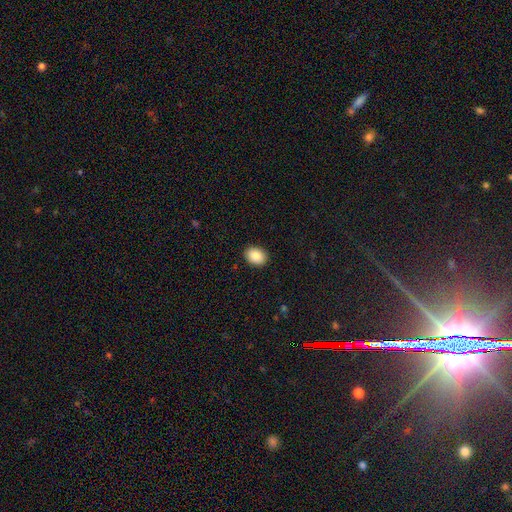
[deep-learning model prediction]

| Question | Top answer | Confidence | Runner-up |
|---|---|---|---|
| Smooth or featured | smooth | 89% | star or artifact (8%) |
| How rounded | in between | 64% | round (35%) |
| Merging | none | 90% | minor disturbance (7%) |